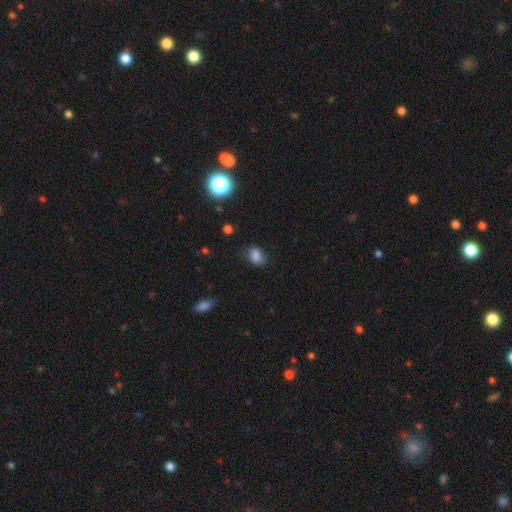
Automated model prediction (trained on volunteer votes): smooth 78%, star or artifact 12%, featured or disk 10%. Down the decision tree: how rounded — in between (58%); merging — none (68%).